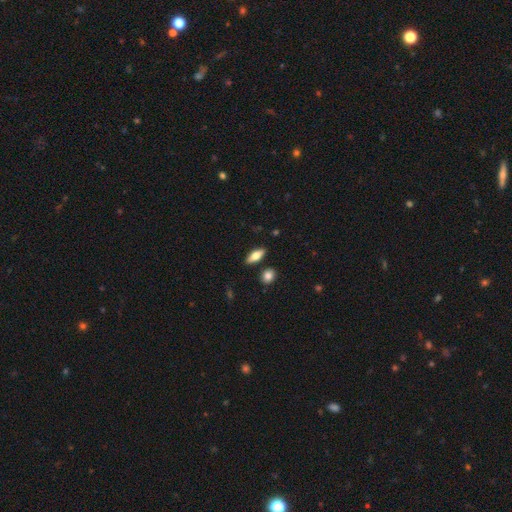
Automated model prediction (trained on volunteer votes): smooth 65%, featured or disk 29%, star or artifact 6%. Down the decision tree: how rounded — in between (73%); merging — none (85%).